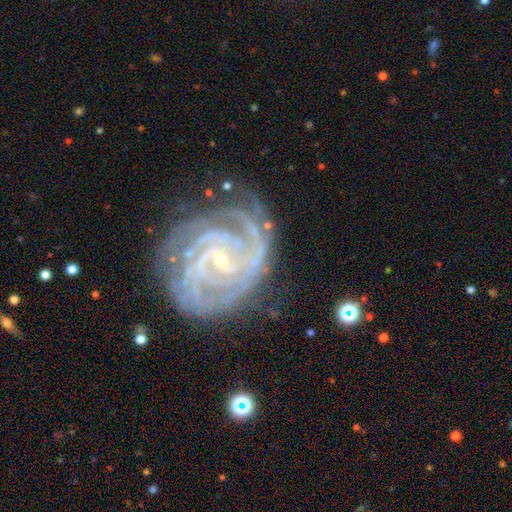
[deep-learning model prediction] Smooth or featured?
  - featured or disk: 90% *
  - star or artifact: 6%
  - smooth: 4%
Edge-on disk?
  - no: 98% *
  - yes: 2%
Bar?
  - weak: 44% *
  - no: 34%
  - strong: 22%
Spiral arms?
  - yes: 98% *
  - no: 2%
Spiral winding?
  - tight: 71% *
  - medium: 25%
  - loose: 4%
Spiral arm count?
  - 3: 24% *
  - 2: 20%
  - 4: 20%
  - can't tell: 18%
  - more than 4: 10%
  - 1: 8%
Bulge size?
  - small: 79% *
  - moderate: 17%
  - none: 2%
  - large: 1%
  - dominant: 1%
Merging?
  - none: 69% *
  - minor disturbance: 20%
  - major disturbance: 9%
  - merger: 2%